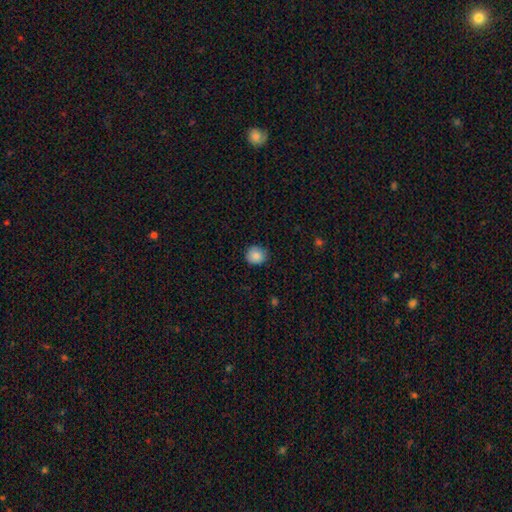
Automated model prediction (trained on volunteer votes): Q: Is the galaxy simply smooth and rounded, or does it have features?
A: smooth — 85%.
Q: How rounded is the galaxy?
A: round — 86%.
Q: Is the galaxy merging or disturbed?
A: none — 85%.